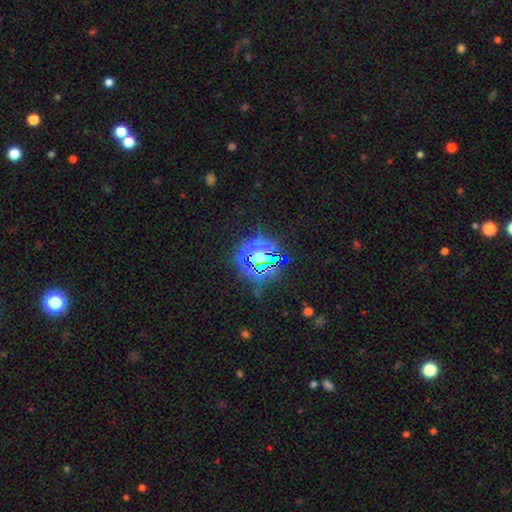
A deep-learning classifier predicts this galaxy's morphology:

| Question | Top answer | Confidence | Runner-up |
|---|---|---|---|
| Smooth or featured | star or artifact | 73% | smooth (18%) |